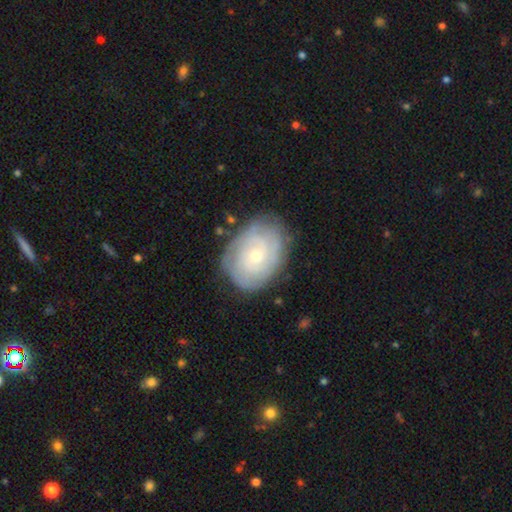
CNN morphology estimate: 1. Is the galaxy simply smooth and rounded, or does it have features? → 68% featured or disk, 26% smooth, 6% star or artifact.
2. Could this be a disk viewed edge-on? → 96% no, 4% yes.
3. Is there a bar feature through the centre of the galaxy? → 80% no, 17% weak, 3% strong.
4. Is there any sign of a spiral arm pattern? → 83% yes, 17% no.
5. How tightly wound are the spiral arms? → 75% tight, 20% medium, 6% loose.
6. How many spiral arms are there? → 55% can't tell, 16% 2, 12% 3, 8% 4, 5% more than 4, 4% 1.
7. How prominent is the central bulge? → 63% small, 34% moderate, 1% large, 1% none, 1% dominant.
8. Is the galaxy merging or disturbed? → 75% none, 18% minor disturbance, 5% major disturbance, 1% merger.